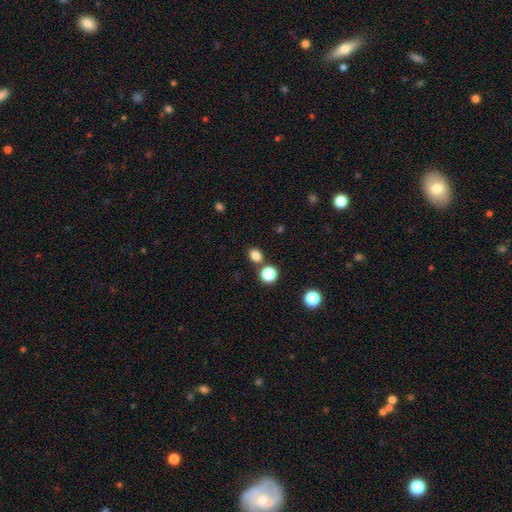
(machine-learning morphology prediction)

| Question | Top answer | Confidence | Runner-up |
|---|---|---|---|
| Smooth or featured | smooth | 81% | star or artifact (14%) |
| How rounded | round | 59% | in between (40%) |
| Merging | none | 76% | merger (12%) |